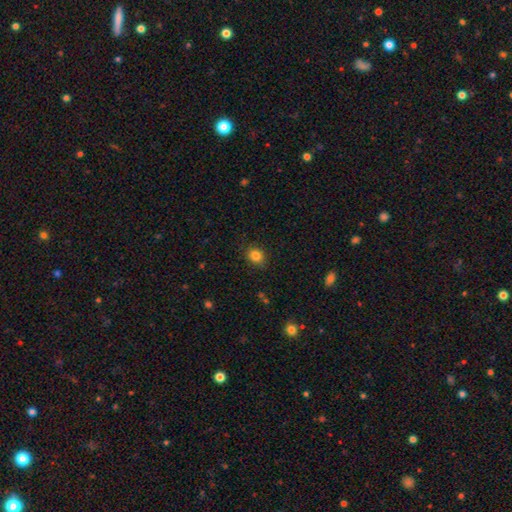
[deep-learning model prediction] Smooth or featured?
  - smooth: 83% *
  - star or artifact: 11%
  - featured or disk: 6%
How rounded?
  - round: 61% *
  - in between: 38%
  - cigar-shaped: 1%
Merging?
  - none: 87% *
  - minor disturbance: 9%
  - major disturbance: 2%
  - merger: 1%